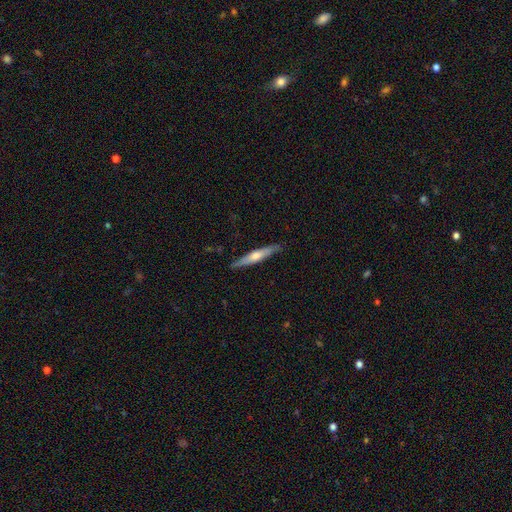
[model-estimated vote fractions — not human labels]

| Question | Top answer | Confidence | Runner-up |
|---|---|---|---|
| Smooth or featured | featured or disk | 52% | smooth (43%) |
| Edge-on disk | yes | 93% | no (7%) |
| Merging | none | 87% | minor disturbance (11%) |